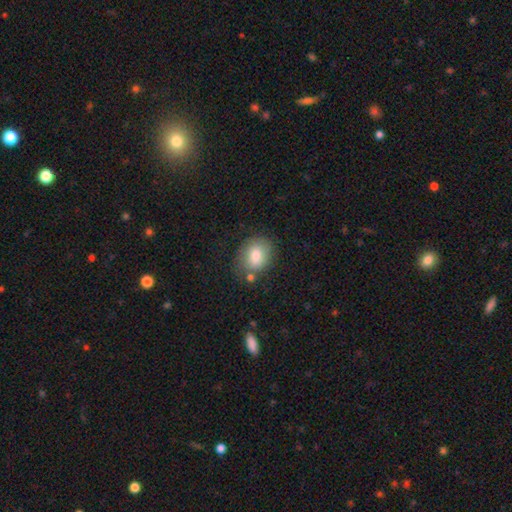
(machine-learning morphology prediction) Smooth or featured: smooth — 81% (featured or disk — 11%)
How rounded: in between — 61% (round — 38%)
Merging: none — 71% (minor disturbance — 18%)